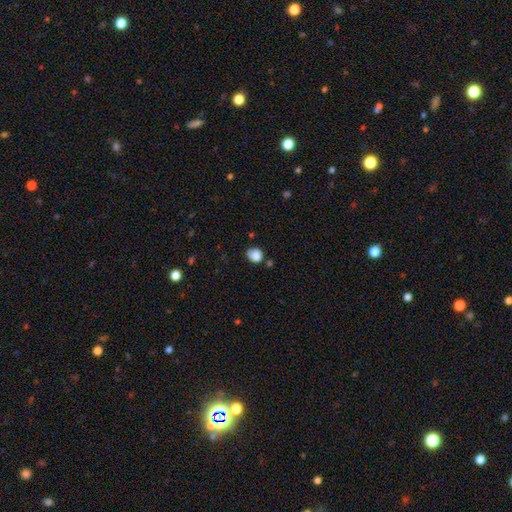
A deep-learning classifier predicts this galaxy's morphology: The model was most divided on "how rounded": round: 65%, in between: 34%, cigar-shaped: 1%. More confident: smooth or featured — smooth (85%); merging — none (59%).